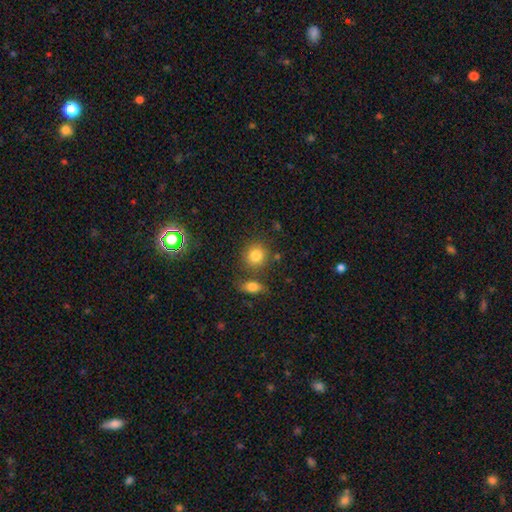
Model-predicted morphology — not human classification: Smooth or featured? smooth (82%)
How rounded? round (84%)
Merging? none (73%)